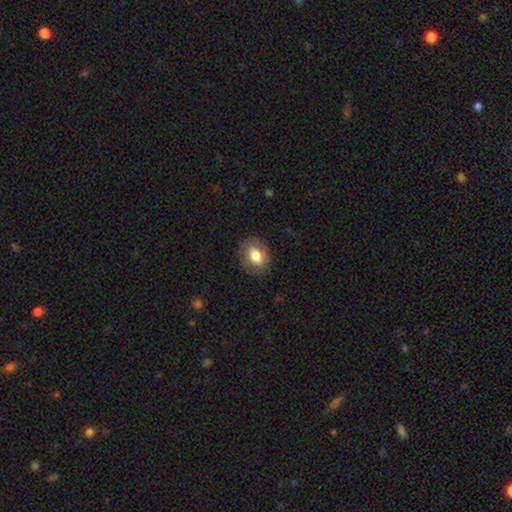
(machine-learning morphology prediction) Smooth or featured?
  - smooth: 75% *
  - featured or disk: 17%
  - star or artifact: 8%
How rounded?
  - in between: 68% *
  - round: 30%
  - cigar-shaped: 1%
Merging?
  - none: 82% *
  - minor disturbance: 13%
  - major disturbance: 4%
  - merger: 1%